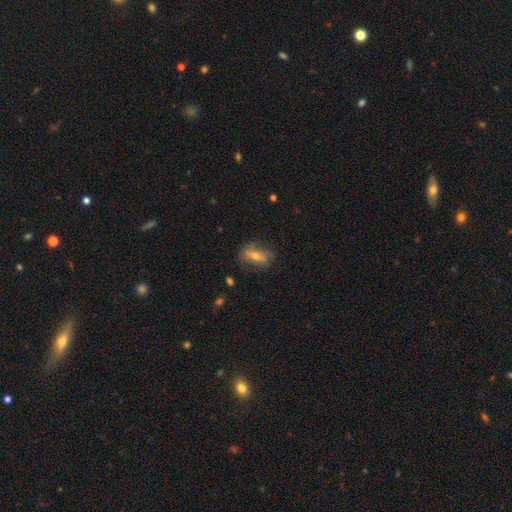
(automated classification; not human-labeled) This appears to be a featured or disk galaxy (47%). Merging: none (68%).